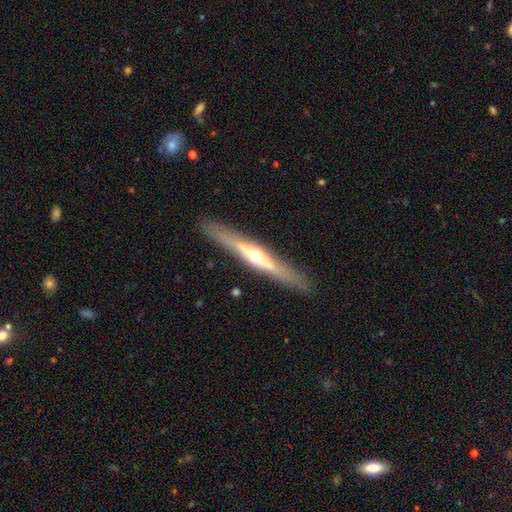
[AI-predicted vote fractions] A featured or disk galaxy (71%) viewed edge-on (94%) with a rounded central bulge (88%).

Vote fractions:
- Smooth or featured? featured or disk: 71% / smooth: 24% / star or artifact: 5%
- Edge-on disk? yes: 94% / no: 6%
- Edge-on bulge? rounded: 88% / none: 8% / boxy: 4%
- Merging? none: 89% / minor disturbance: 8% / major disturbance: 2% / merger: 1%